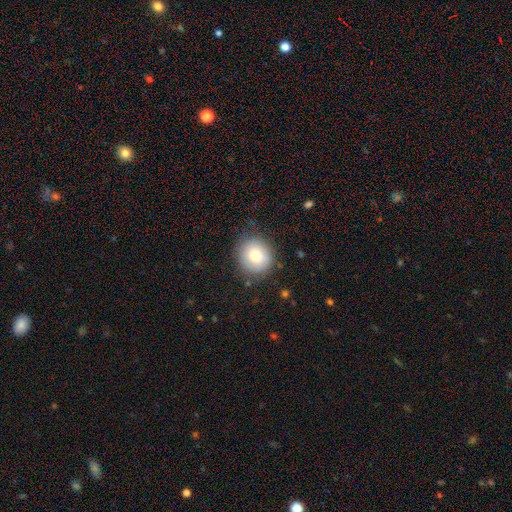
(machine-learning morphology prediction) Smooth or featured? smooth (80%)
How rounded? round (87%)
Merging? none (84%)